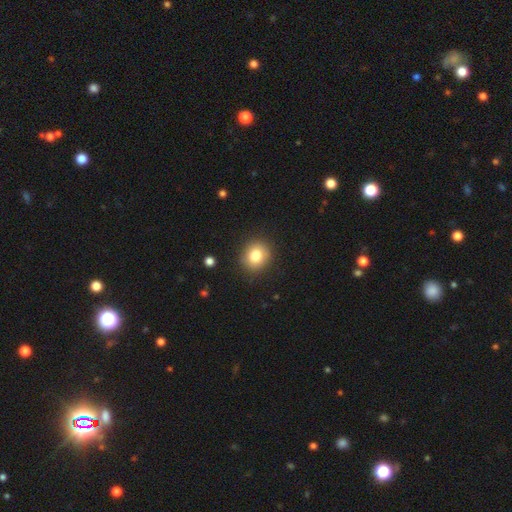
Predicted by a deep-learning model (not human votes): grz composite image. It shows a smooth galaxy with no disk features (81%) that is round (77%). Merging: none (89%).